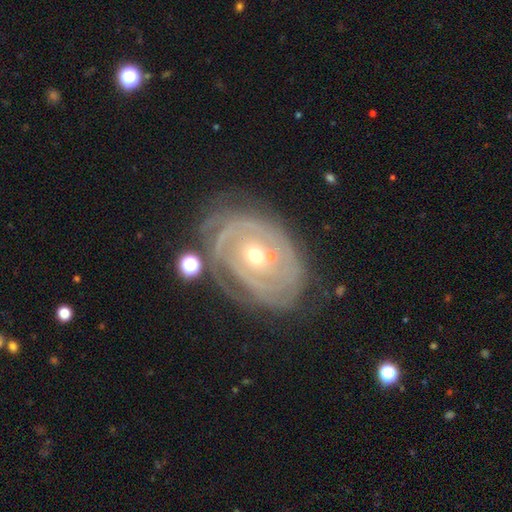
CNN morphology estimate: A featured or disk galaxy (85%) with no bar (77%), tight (78%) spiral arms (89%) and a small central bulge (48%, tied with moderate).

Vote fractions:
- Smooth or featured? featured or disk: 85% / smooth: 9% / star or artifact: 6%
- Edge-on disk? no: 96% / yes: 4%
- Bar? no: 77% / weak: 17% / strong: 6%
- Spiral arms? yes: 89% / no: 11%
- Spiral winding? tight: 78% / medium: 17% / loose: 5%
- Spiral arm count? can't tell: 34% / 2: 25% / 3: 20% / 4: 8% / 1: 7% / more than 4: 6%
- Bulge size? small: 48% (tied) / moderate: 48% (tied) / large: 2% / none: 1% / dominant: 1%
- Merging? none: 59% / minor disturbance: 22% / major disturbance: 13% / merger: 7%